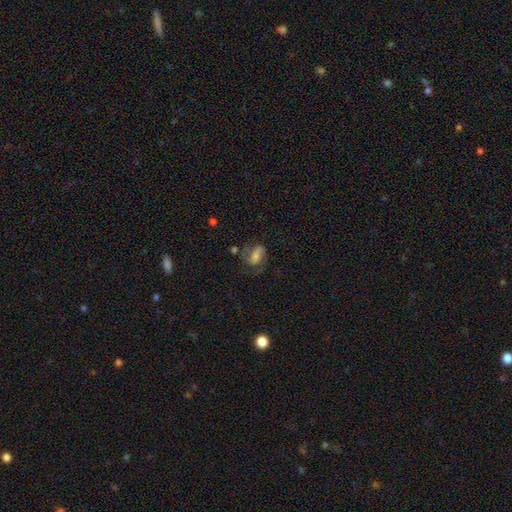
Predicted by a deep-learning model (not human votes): Q: Smooth or featured?
A: featured or disk (58%); runner-up: smooth (31%)
Q: Edge-on disk?
A: no (97%); runner-up: yes (3%)
Q: Bar?
A: weak (42%); runner-up: no (33%)
Q: Spiral arms?
A: yes (89%); runner-up: no (11%)
Q: Bulge size?
A: moderate (41%); runner-up: small (34%)
Q: Merging?
A: none (56%); runner-up: minor disturbance (21%)